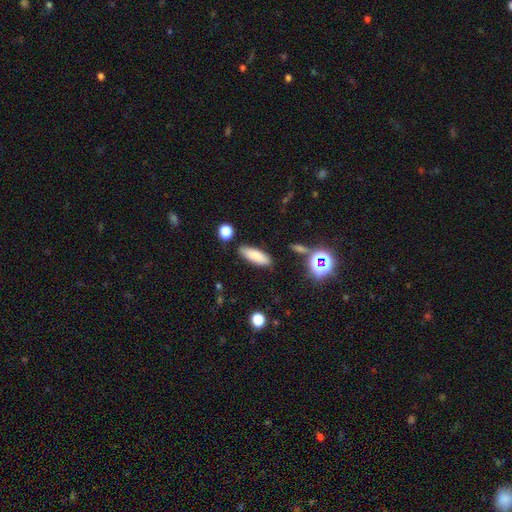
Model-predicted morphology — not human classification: This appears to be a smooth galaxy with no disk features (83%) that is in between round and cigar-shaped (59%). Merging: none (86%).